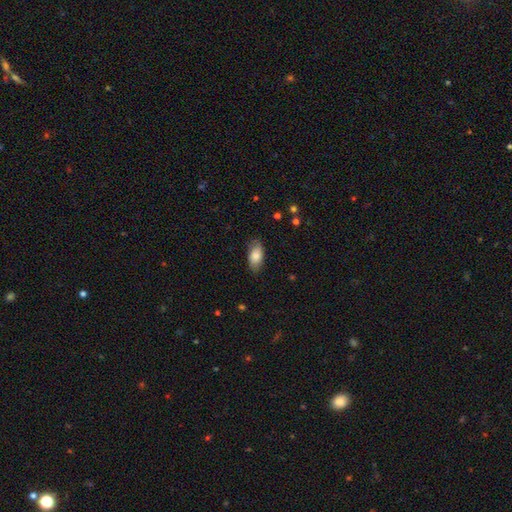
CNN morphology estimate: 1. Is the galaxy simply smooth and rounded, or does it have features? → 78% smooth, 16% featured or disk, 7% star or artifact.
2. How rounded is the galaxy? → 92% in between, 5% cigar-shaped, 3% round.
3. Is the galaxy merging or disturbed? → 78% none, 18% minor disturbance, 4% major disturbance, 1% merger.